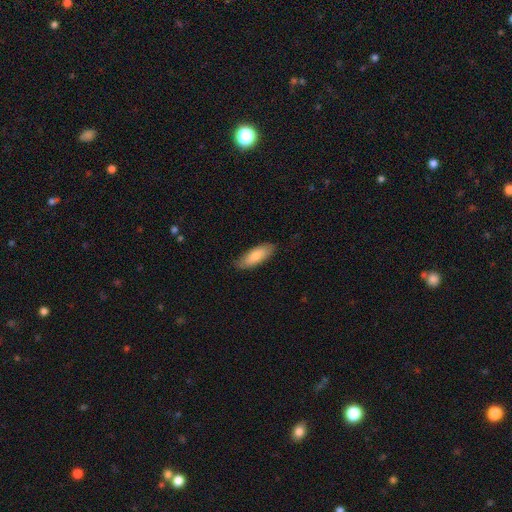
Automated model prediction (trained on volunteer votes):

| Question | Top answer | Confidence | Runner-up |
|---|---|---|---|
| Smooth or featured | smooth | 80% | featured or disk (15%) |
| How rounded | in between | 69% | cigar-shaped (30%) |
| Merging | none | 84% | minor disturbance (13%) |